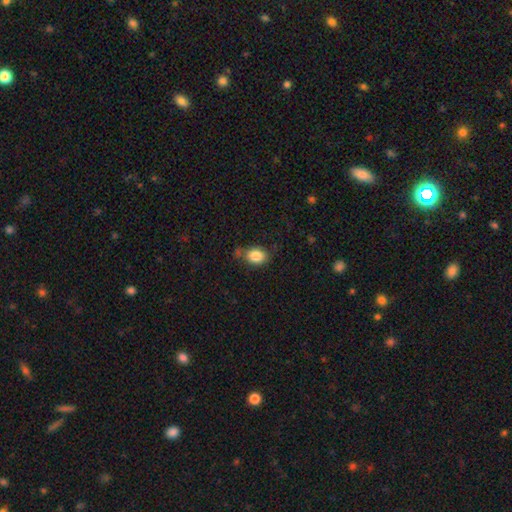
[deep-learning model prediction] Overall: smooth (85%). How rounded: in between (63%; round 36%). Merging: none (67%).